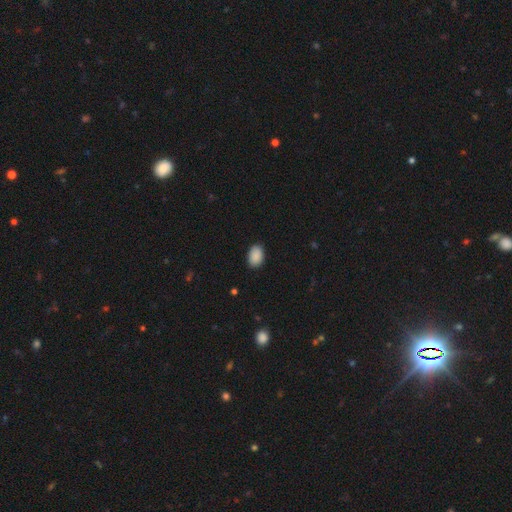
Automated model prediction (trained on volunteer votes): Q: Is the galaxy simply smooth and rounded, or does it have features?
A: smooth — 90%.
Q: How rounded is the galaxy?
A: in between — 86%.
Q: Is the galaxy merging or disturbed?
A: none — 88%.